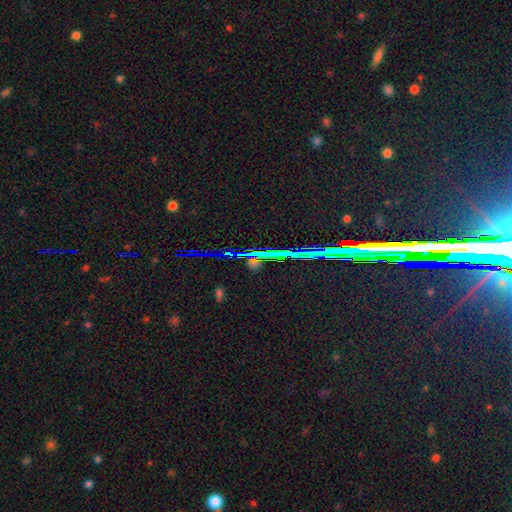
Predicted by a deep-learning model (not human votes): A star or artifact, not a galaxy (81%).

Vote fractions:
- Smooth or featured? star or artifact: 81% / featured or disk: 11% / smooth: 9%